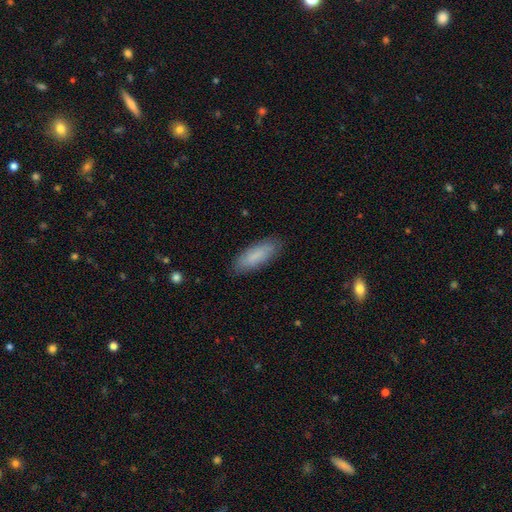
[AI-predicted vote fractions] smooth_or_featured: smooth (p=0.84) [alt: featured or disk p=0.10]
how_rounded: in between (p=0.60) [alt: cigar-shaped p=0.38]
merging: none (p=0.86) [alt: minor disturbance p=0.11]